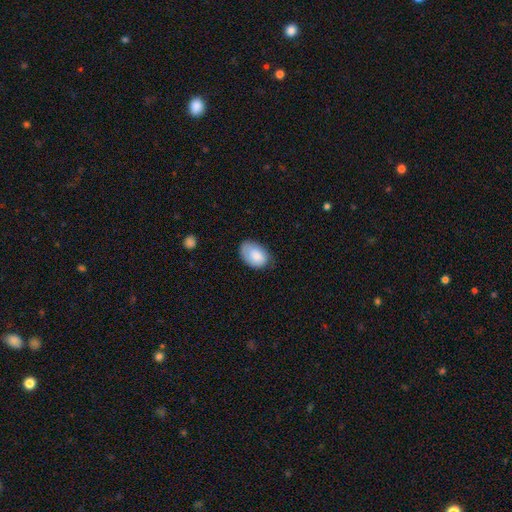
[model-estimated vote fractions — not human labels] Smooth or featured? smooth (81%)
How rounded? in between (87%)
Merging? none (67%)